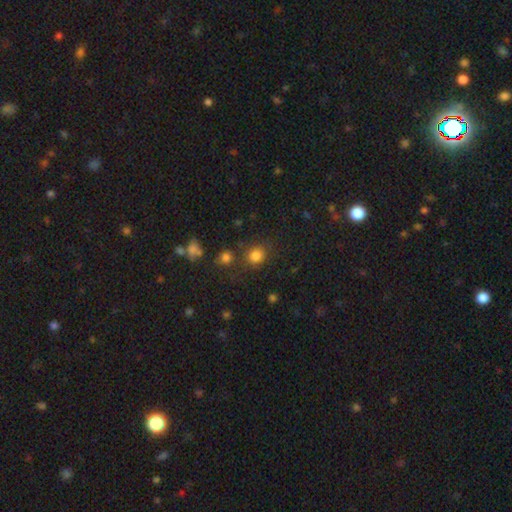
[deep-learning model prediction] This appears to be a smooth galaxy with no disk features (80%) that is round (77%). Merging: none (74%).